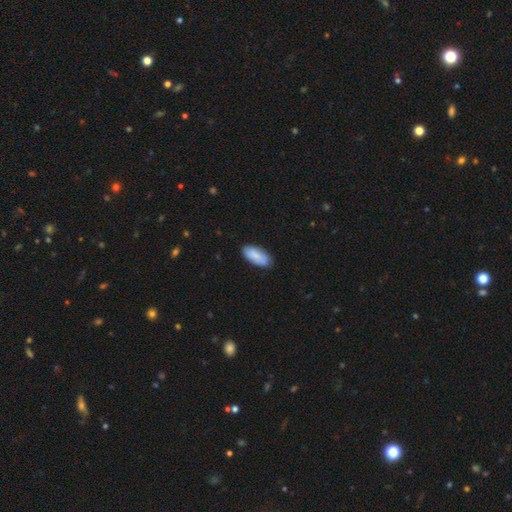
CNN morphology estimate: Smooth or featured? smooth (82%)
How rounded? in between (90%)
Merging? none (78%)